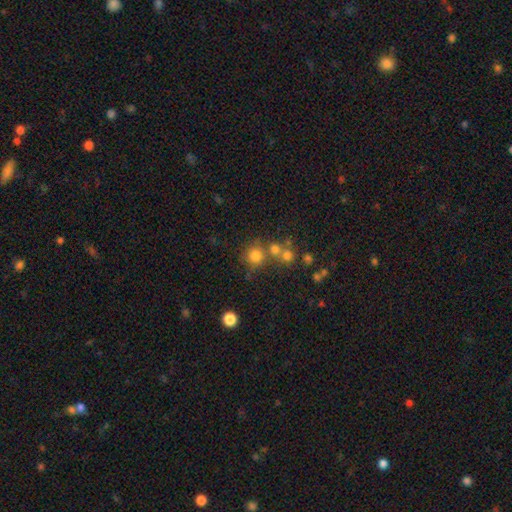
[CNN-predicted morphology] smooth-or-featured: smooth: 75% | star or artifact: 16% | featured or disk: 10%
  how-rounded: round: 91% | in between: 8% | cigar-shaped: 1%
  merging: none: 63% | merger: 24% | minor disturbance: 9% | major disturbance: 4%